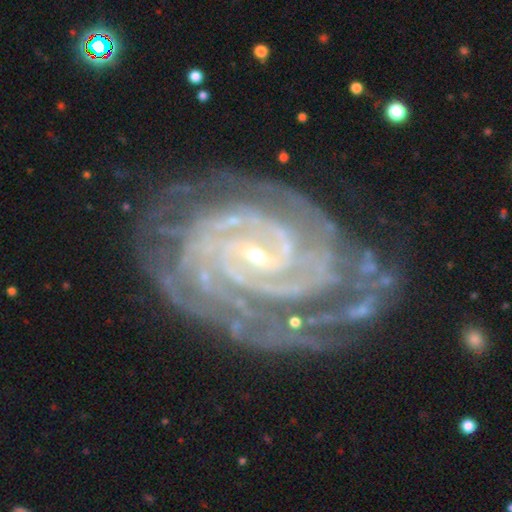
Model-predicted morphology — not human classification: type=featured or disk (93%); edge-on=no (98%); bar=weak (41%); spiral arms=yes (99%); winding=tight (84%); arm count=2 (26%); bulge=small (85%); merging=none (69%).